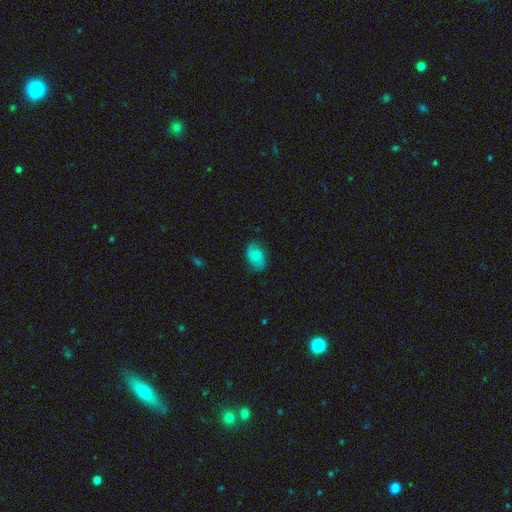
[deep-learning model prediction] The model was most divided on "smooth or featured": smooth: 66%, featured or disk: 26%, star or artifact: 8%. More confident: how rounded — in between (84%); merging — none (76%).